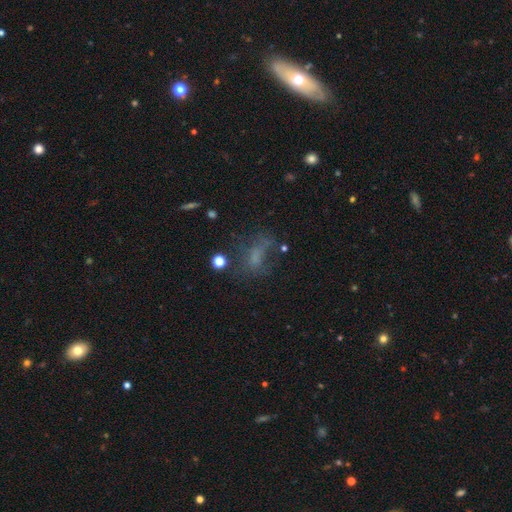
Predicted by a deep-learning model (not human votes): Smooth or featured? Predicted: smooth (p=0.46). Merging? Predicted: none (p=0.43).